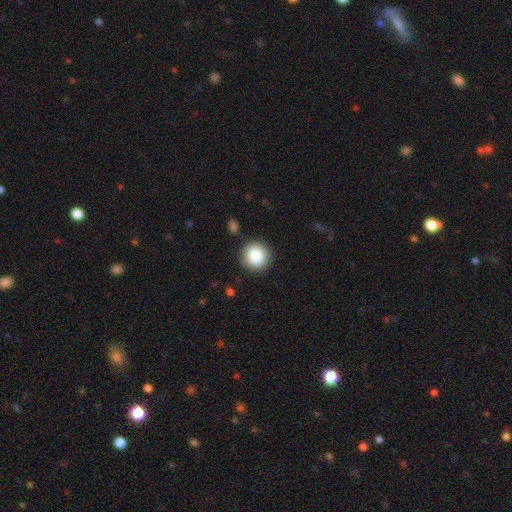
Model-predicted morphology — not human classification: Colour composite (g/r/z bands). It shows a smooth galaxy with no disk features (85%) that is round (92%). Merging: none (88%).